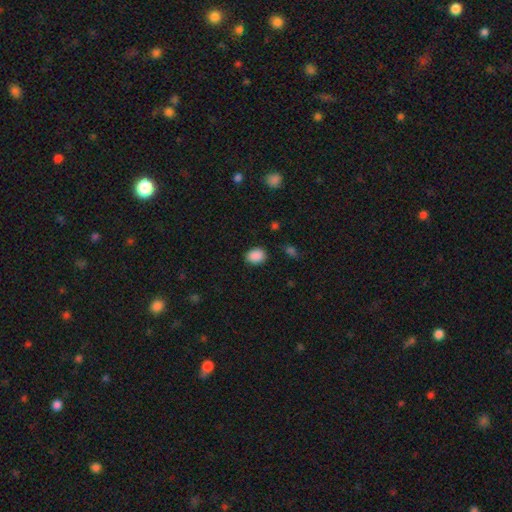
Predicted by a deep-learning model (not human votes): This appears to be a smooth galaxy with no disk features (89%) that is in between round and cigar-shaped (59%). Merging: none (85%).